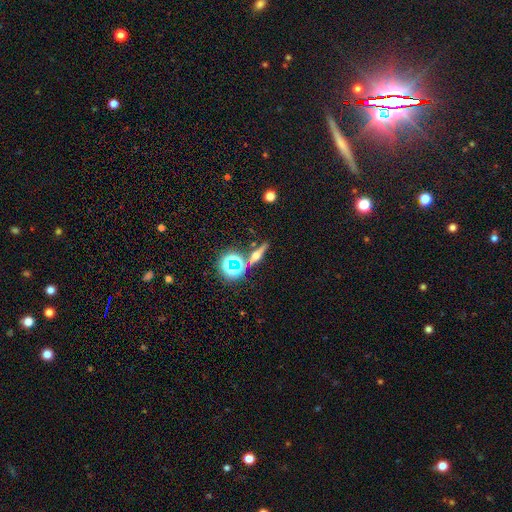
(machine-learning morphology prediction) This is possibly a featured or disk galaxy (52%). It is clearly viewed edge-on (90%). Merging: likely none (78%).